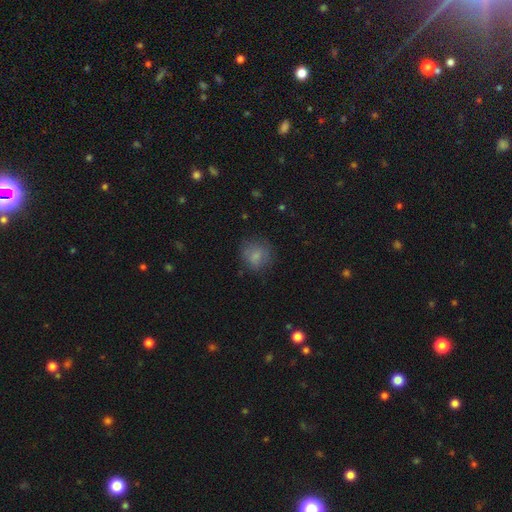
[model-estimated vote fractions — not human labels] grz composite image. It shows a smooth galaxy with no disk features (77%) that is round (81%). Merging: none (72%).